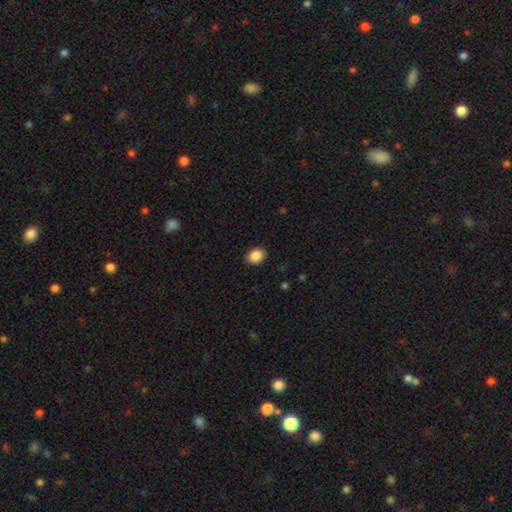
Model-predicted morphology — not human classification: Smooth or featured? smooth (88%)
How rounded? in between (66%)
Merging? none (89%)